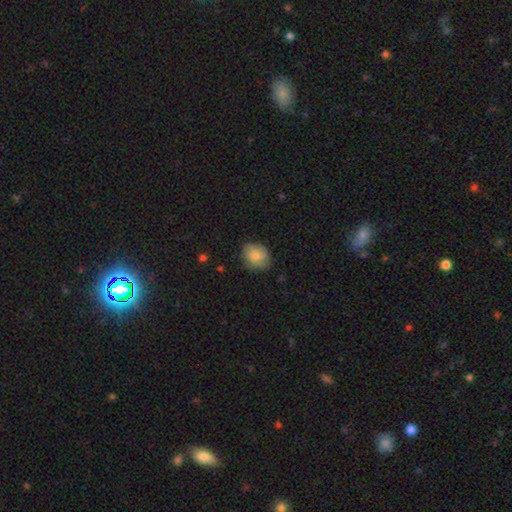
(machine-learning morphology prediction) type=smooth (76%); roundness=round (56%); merging=none (70%).